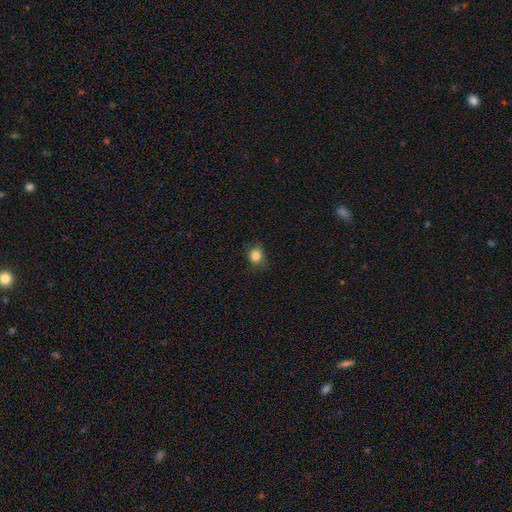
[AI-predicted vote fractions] Morphology: type=smooth (84%); roundness=round (71%); merging=none (77%).